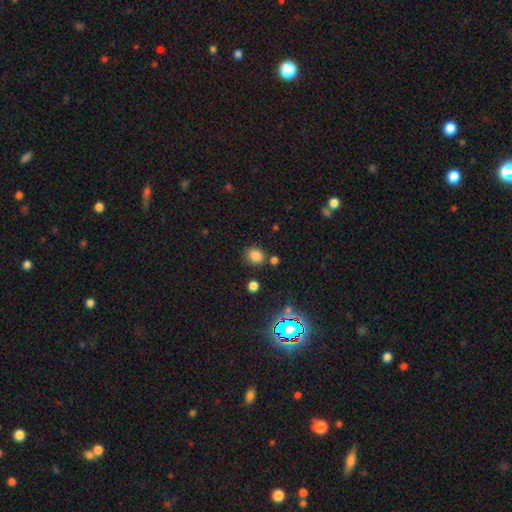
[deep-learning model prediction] Smooth or featured? Predicted: smooth (p=0.79). How rounded? Predicted: round (p=0.64). Merging? Predicted: none (p=0.75).